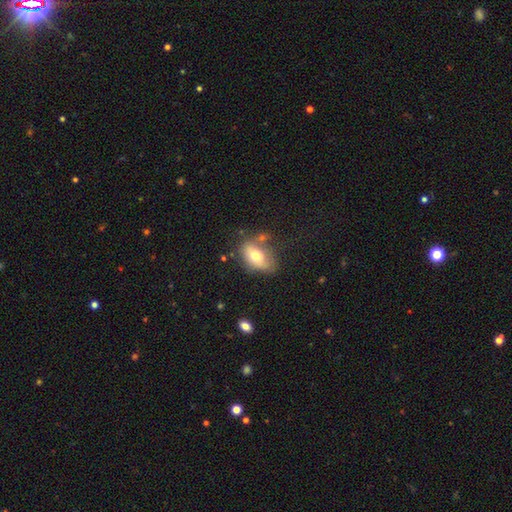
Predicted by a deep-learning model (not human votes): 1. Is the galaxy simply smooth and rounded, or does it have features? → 67% smooth, 25% featured or disk, 8% star or artifact.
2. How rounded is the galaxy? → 87% in between, 10% round, 3% cigar-shaped.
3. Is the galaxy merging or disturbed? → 55% none, 27% minor disturbance, 10% major disturbance, 9% merger.